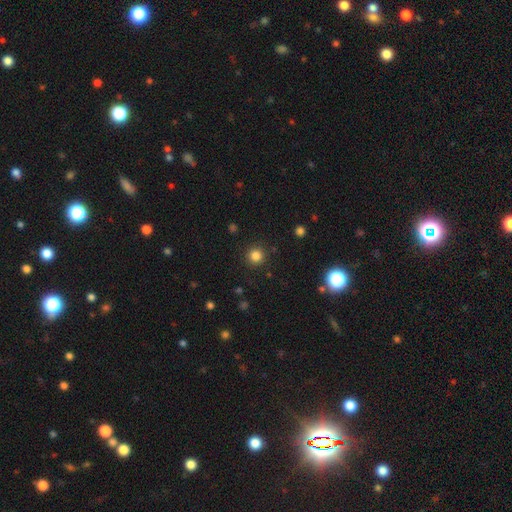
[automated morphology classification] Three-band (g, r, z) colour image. It shows a smooth galaxy with no disk features (83%) that is round (94%). Merging: none (90%).